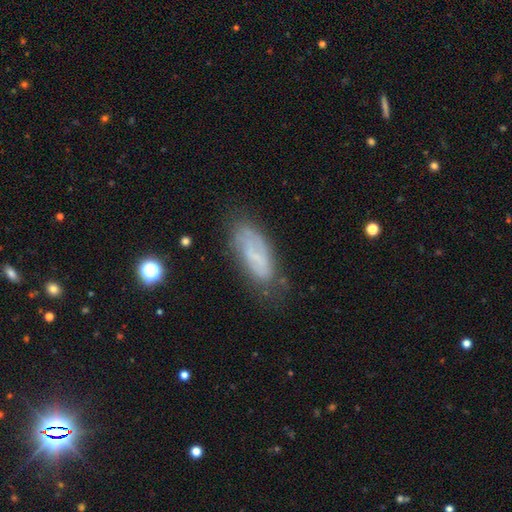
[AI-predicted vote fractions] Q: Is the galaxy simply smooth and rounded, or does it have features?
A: smooth — 45%.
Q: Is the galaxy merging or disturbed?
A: none — 59%.